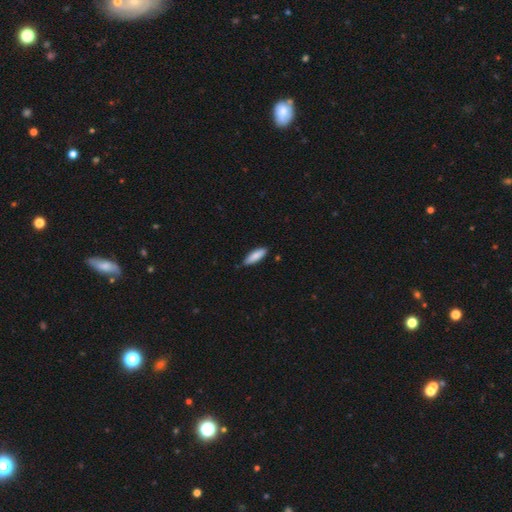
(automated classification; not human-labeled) A smooth galaxy with no disk features (85%) that is in between round and cigar-shaped (53%).

Vote fractions:
- Smooth or featured? smooth: 85% / featured or disk: 10% / star or artifact: 6%
- How rounded? in between: 53% / cigar-shaped: 45% / round: 2%
- Merging? none: 84% / minor disturbance: 13% / major disturbance: 2% / merger: 1%